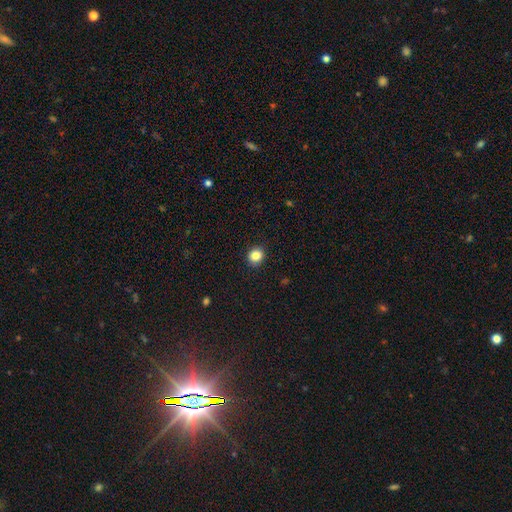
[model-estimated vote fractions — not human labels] Smooth or featured? Predicted: smooth (p=0.85). How rounded? Predicted: round (p=0.84). Merging? Predicted: none (p=0.90).